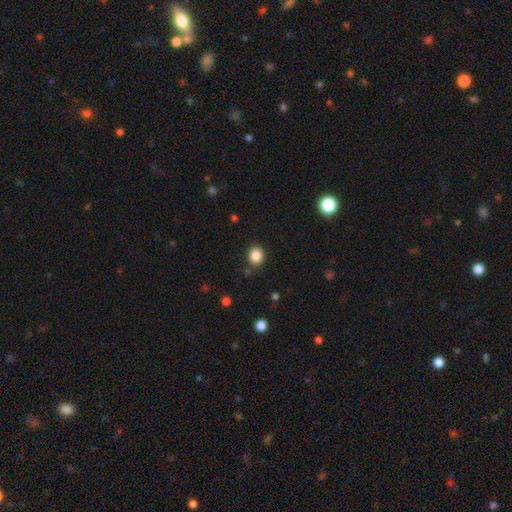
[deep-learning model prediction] Smooth or featured: smooth — 86% (star or artifact — 10%)
How rounded: round — 69% (in between — 30%)
Merging: none — 86% (minor disturbance — 9%)